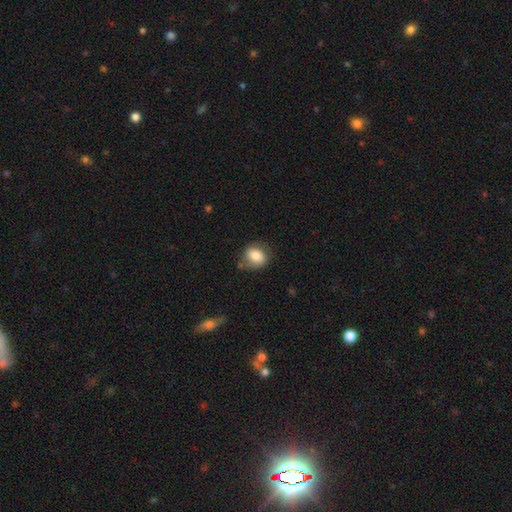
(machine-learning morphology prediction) A smooth galaxy with no disk features (76%) that is round (58%). Merging: none (70%).